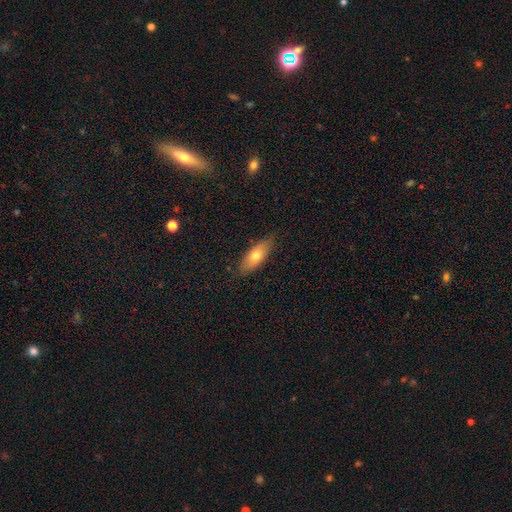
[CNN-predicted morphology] This is likely a smooth galaxy (67%). How rounded: likely in between (73%). Merging: clearly none (82%).